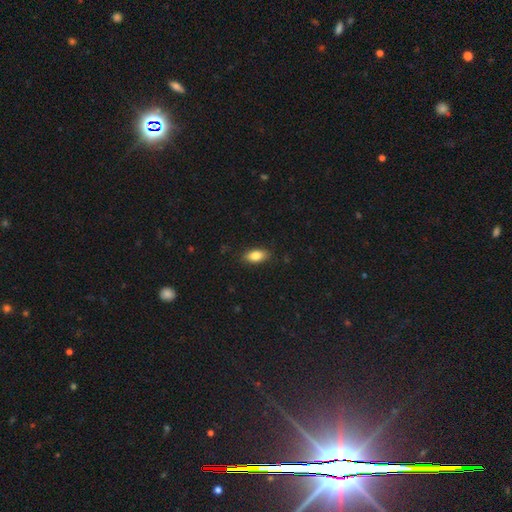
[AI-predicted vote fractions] This is clearly a smooth galaxy (84%). How rounded: clearly in between (89%). Merging: clearly none (87%).